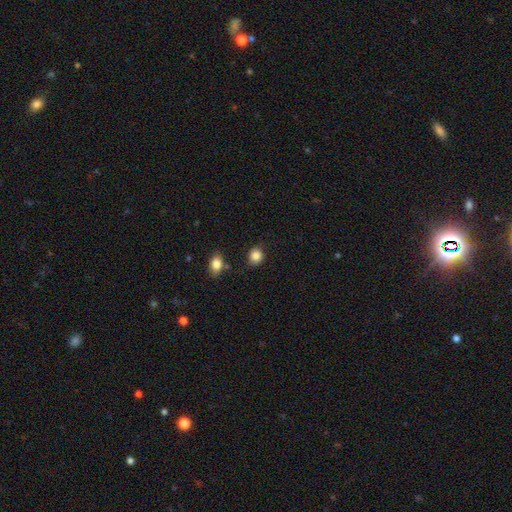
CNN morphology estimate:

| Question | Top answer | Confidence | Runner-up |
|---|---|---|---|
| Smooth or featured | smooth | 86% | star or artifact (9%) |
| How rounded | round | 70% | in between (29%) |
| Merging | none | 77% | minor disturbance (15%) |